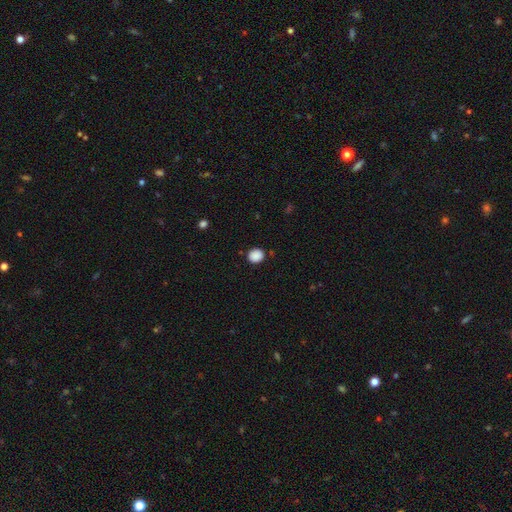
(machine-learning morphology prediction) Q: Smooth or featured?
A: smooth (88%); runner-up: star or artifact (9%)
Q: How rounded?
A: round (80%); runner-up: in between (19%)
Q: Merging?
A: none (88%); runner-up: minor disturbance (8%)